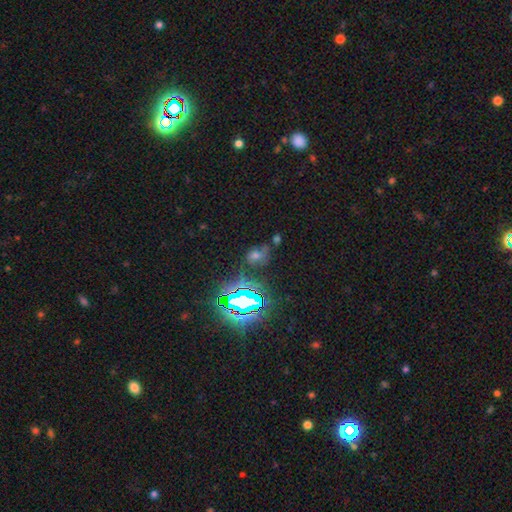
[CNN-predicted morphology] Smooth or featured? Predicted: star or artifact (p=0.48).